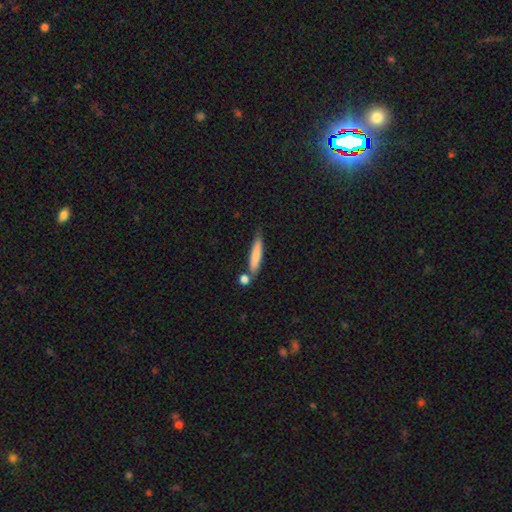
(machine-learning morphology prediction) This is likely a smooth galaxy (75%). How rounded: clearly cigar-shaped (88%). Merging: likely none (69%).